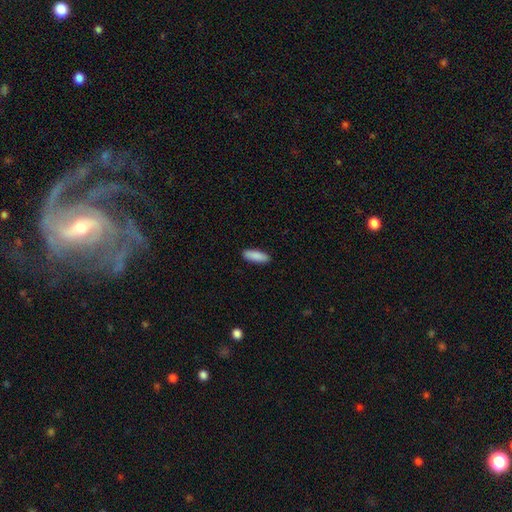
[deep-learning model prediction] Smooth or featured?
  - smooth: 90% *
  - star or artifact: 6%
  - featured or disk: 4%
How rounded?
  - in between: 61% *
  - cigar-shaped: 37%
  - round: 2%
Merging?
  - none: 90% *
  - minor disturbance: 7%
  - major disturbance: 2%
  - merger: 1%